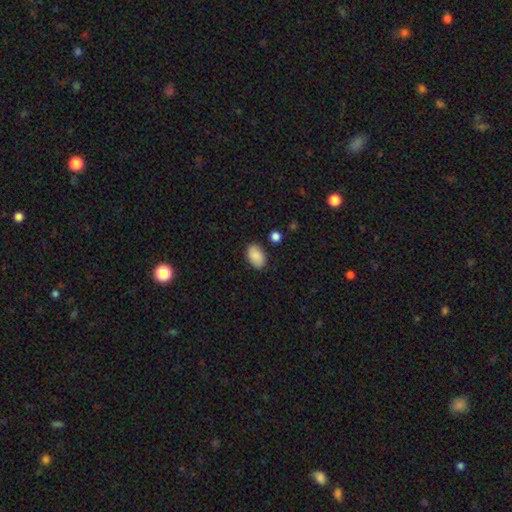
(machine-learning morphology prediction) Smooth or featured?
  - smooth: 86% *
  - star or artifact: 7%
  - featured or disk: 6%
How rounded?
  - in between: 89% *
  - round: 9%
  - cigar-shaped: 1%
Merging?
  - none: 83% *
  - minor disturbance: 12%
  - major disturbance: 3%
  - merger: 3%